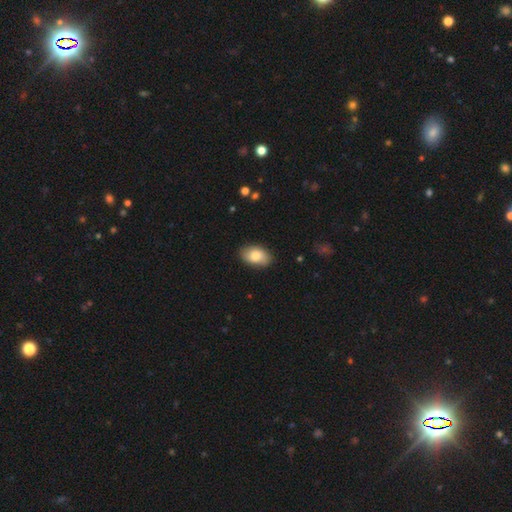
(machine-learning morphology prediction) This is clearly a smooth galaxy (80%). How rounded: clearly in between (91%). Merging: clearly none (84%).